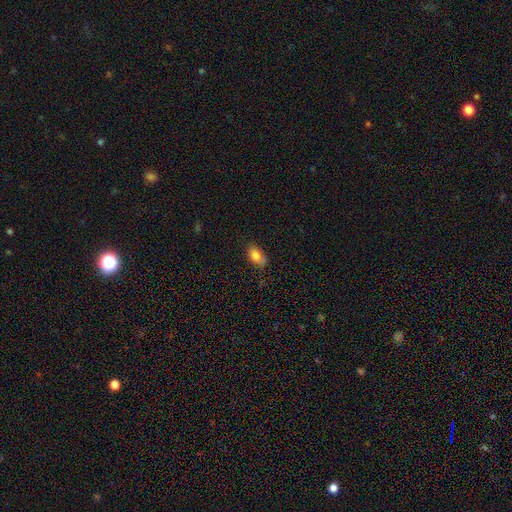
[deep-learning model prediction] smooth_or_featured: smooth (p=0.83) [alt: featured or disk p=0.09]
how_rounded: in between (p=0.89) [alt: round p=0.08]
merging: none (p=0.65) [alt: minor disturbance p=0.24]